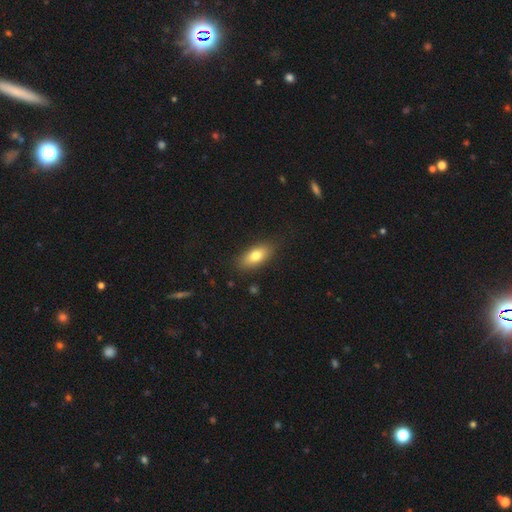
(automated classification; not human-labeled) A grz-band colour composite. It shows a smooth galaxy with no disk features (77%) that is in between round and cigar-shaped (83%). Merging: none (85%).